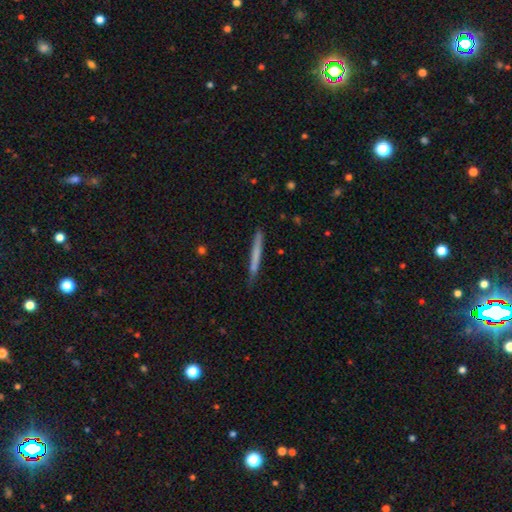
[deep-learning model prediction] This appears to be a smooth galaxy with no disk features (64%) that is cigar-shaped (97%). Merging: none (83%).